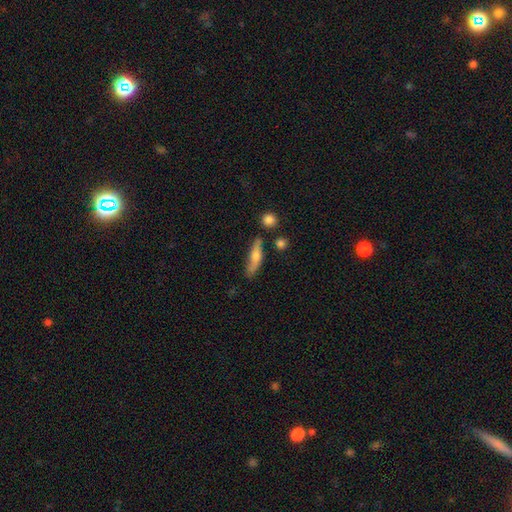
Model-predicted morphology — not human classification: smooth-or-featured: smooth: 47% | featured or disk: 44% | star or artifact: 9%
  merging: none: 68% | minor disturbance: 20% | merger: 6% | major disturbance: 5%